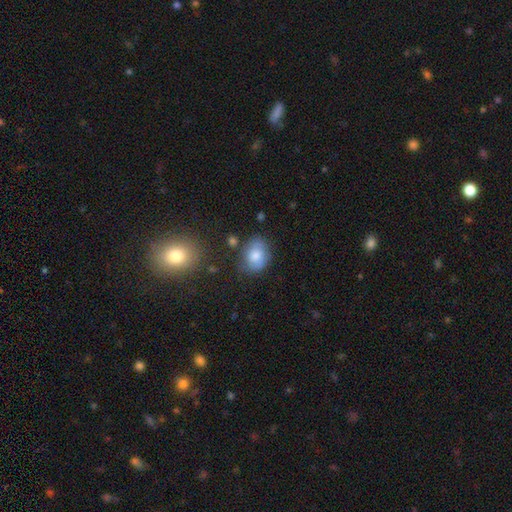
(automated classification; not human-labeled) This is likely a smooth galaxy (75%). How rounded: possibly in between (60%). Merging: likely none (65%).